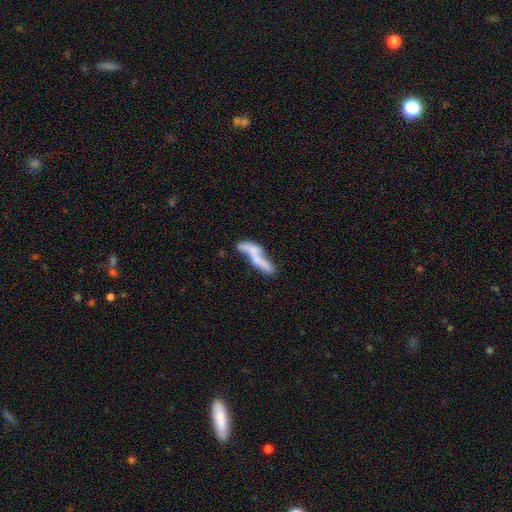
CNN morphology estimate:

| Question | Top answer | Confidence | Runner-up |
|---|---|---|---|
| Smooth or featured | smooth | 46% | featured or disk (45%) |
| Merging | merger | 42% | none (27%) |